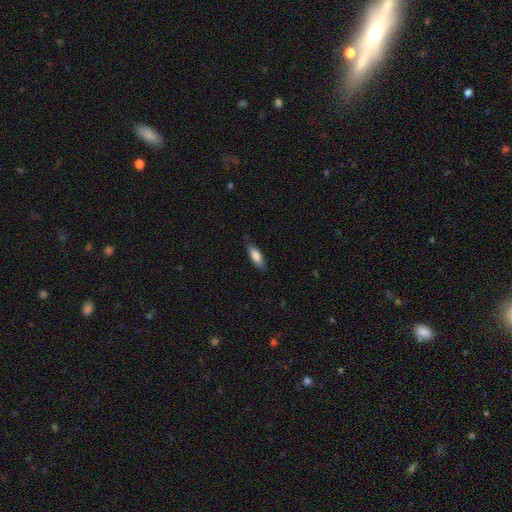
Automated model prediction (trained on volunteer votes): Smooth or featured? Predicted: smooth (p=0.77). How rounded? Predicted: in between (p=0.54). Merging? Predicted: none (p=0.74).